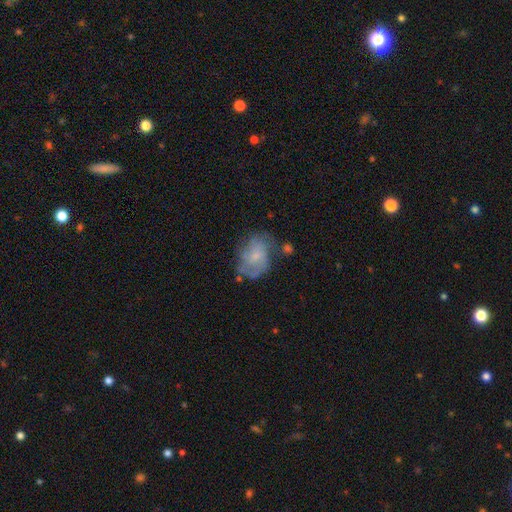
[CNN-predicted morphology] Overall: featured or disk (54%; smooth 37%). Edge-on disk: no (97%). Bar: no (65%; weak 31%). Spiral arms: yes (71%). Bulge size: small (60%; moderate 23%). Merging: none (51%; minor disturbance 27%).